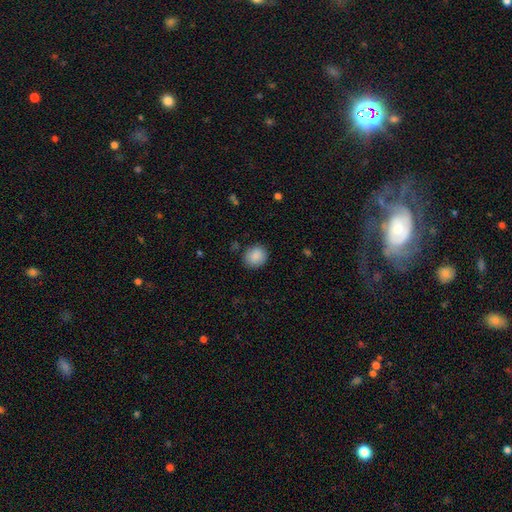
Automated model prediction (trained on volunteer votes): Smooth or featured?
  - smooth: 88% *
  - star or artifact: 8%
  - featured or disk: 4%
How rounded?
  - round: 71% *
  - in between: 29%
  - cigar-shaped: 1%
Merging?
  - none: 85% *
  - minor disturbance: 11%
  - major disturbance: 3%
  - merger: 2%